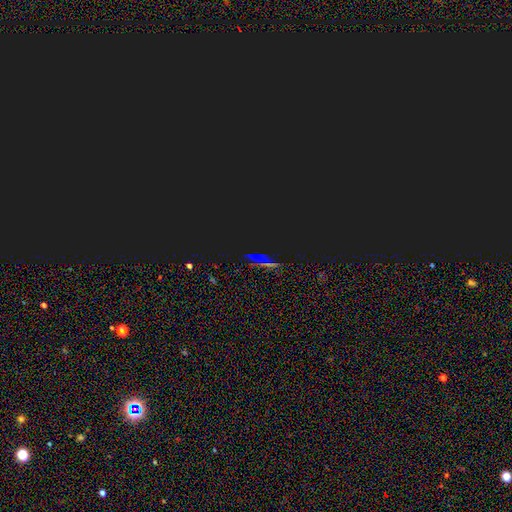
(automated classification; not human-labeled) Q: Smooth or featured?
A: star or artifact (77%); runner-up: smooth (14%)